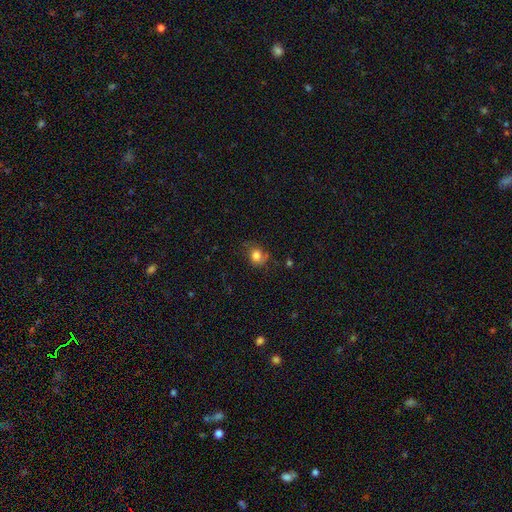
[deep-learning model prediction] Q: Smooth or featured?
A: smooth (79%); runner-up: star or artifact (11%)
Q: How rounded?
A: round (64%); runner-up: in between (35%)
Q: Merging?
A: none (59%); runner-up: minor disturbance (28%)